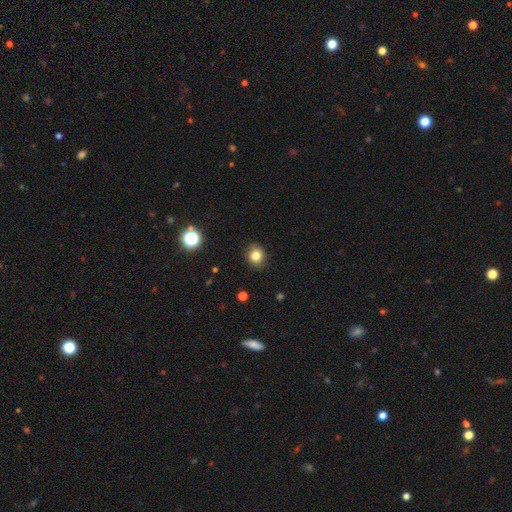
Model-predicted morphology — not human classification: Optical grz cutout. It shows a smooth galaxy with no disk features (81%) that is round (74%). Merging: none (88%).